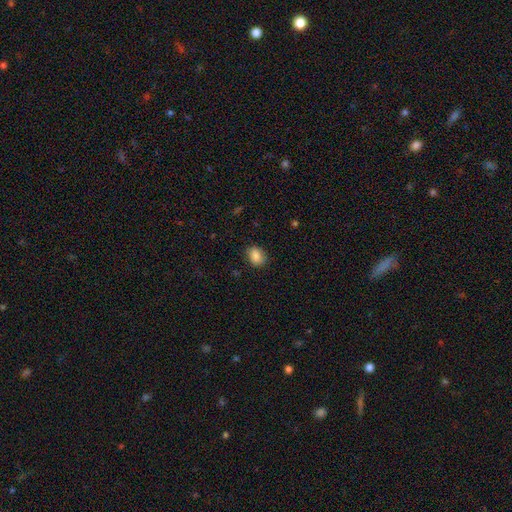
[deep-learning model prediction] smooth_or_featured: smooth (p=0.87) [alt: star or artifact p=0.08]
how_rounded: in between (p=0.60) [alt: round p=0.38]
merging: none (p=0.82) [alt: minor disturbance p=0.14]